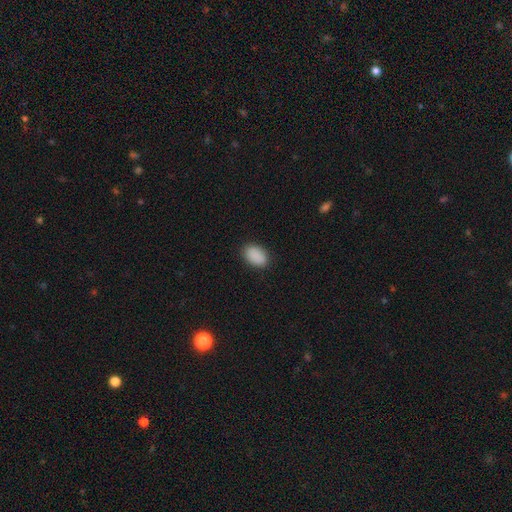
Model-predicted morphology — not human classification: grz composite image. It shows a smooth galaxy with no disk features (90%) that is in between round and cigar-shaped (89%). Merging: none (86%).